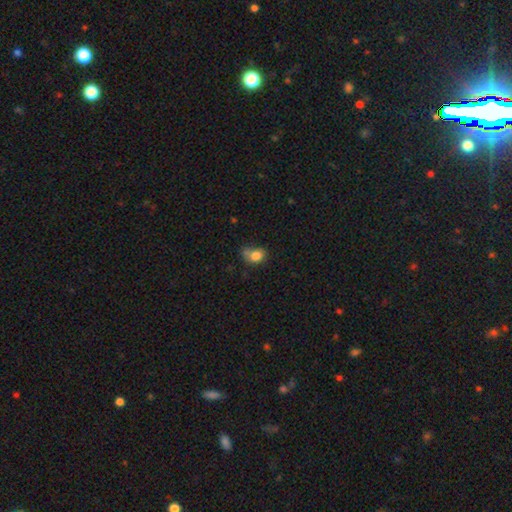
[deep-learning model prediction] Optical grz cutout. It shows a smooth galaxy with no disk features (80%) that is in between round and cigar-shaped (51%). Merging: none (40%).